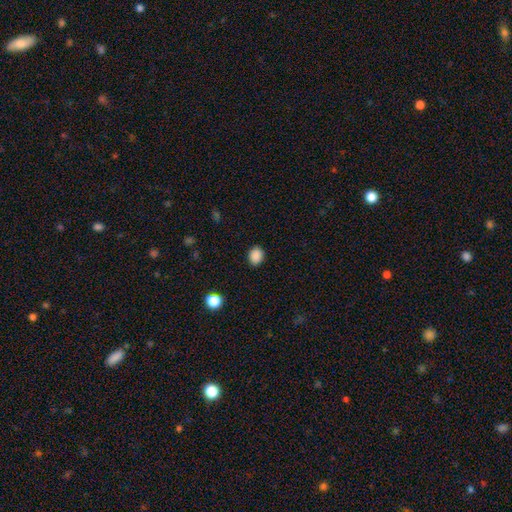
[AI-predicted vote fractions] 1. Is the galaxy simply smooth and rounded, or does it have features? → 88% smooth, 10% star or artifact, 3% featured or disk.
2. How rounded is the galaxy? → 53% round, 46% in between, 1% cigar-shaped.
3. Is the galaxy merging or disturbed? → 89% none, 8% minor disturbance, 2% major disturbance, 1% merger.